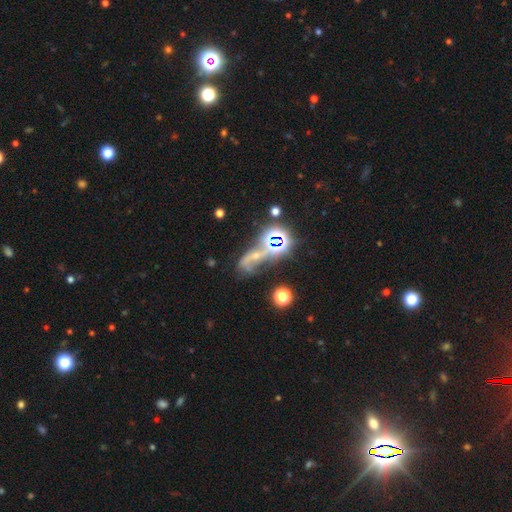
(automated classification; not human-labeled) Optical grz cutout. It shows a featured or disk galaxy (45%). Merging: none (39%).